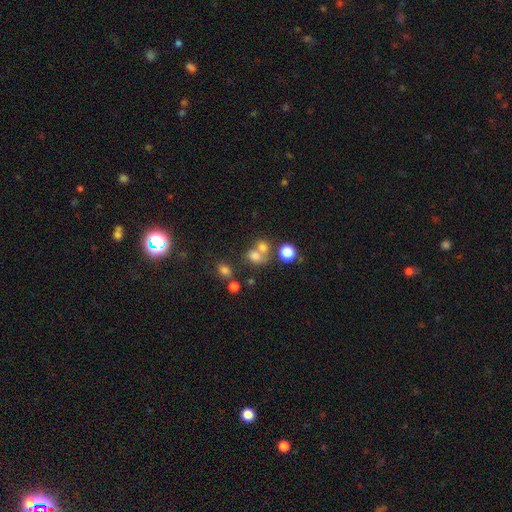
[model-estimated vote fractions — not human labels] Smooth or featured? smooth (70%)
How rounded? round (59%)
Merging? merger (47%)